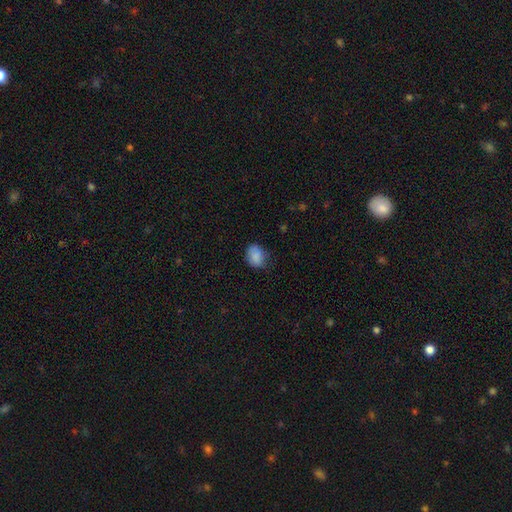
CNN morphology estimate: smooth_or_featured: smooth (p=0.85) [alt: star or artifact p=0.08]
how_rounded: in between (p=0.62) [alt: round p=0.37]
merging: none (p=0.67) [alt: minor disturbance p=0.26]